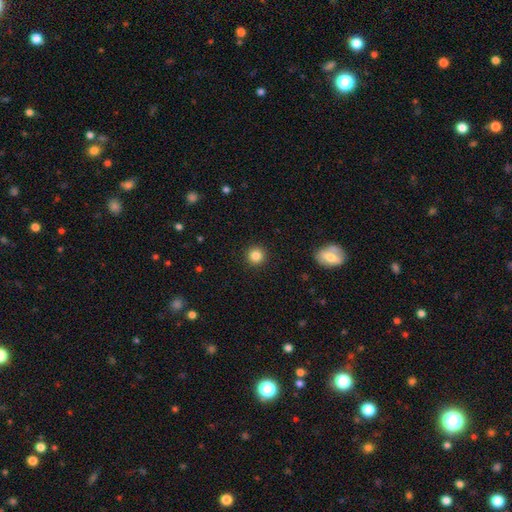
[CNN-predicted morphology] Smooth or featured: smooth — 85% (star or artifact — 11%)
How rounded: round — 95% (in between — 4%)
Merging: none — 93% (minor disturbance — 5%)